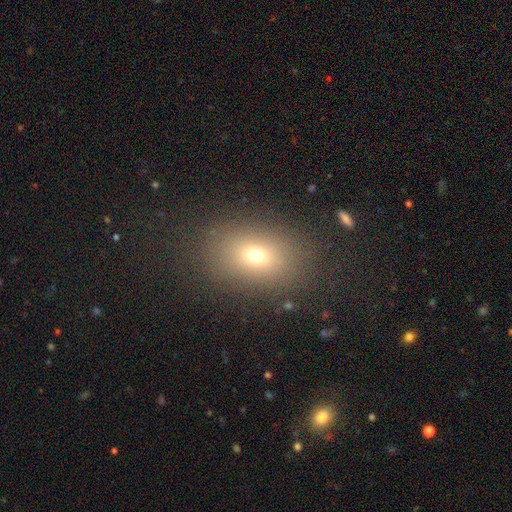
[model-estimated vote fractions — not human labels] A smooth galaxy with no disk features (69%) that is in between round and cigar-shaped (71%). Merging: none (83%).